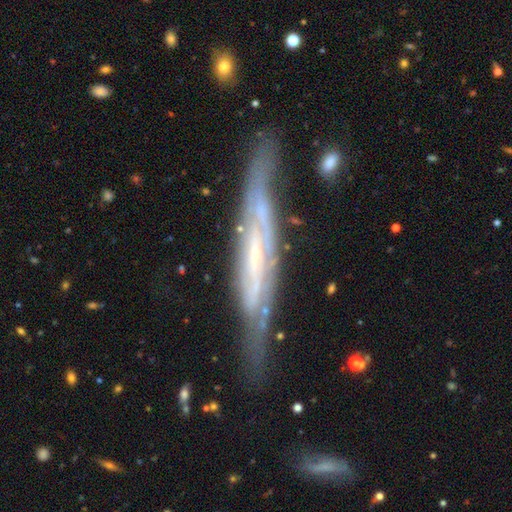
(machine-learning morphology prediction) type=featured or disk (79%); edge-on=yes (71%); edge-on bulge=none (65%); merging=none (70%).